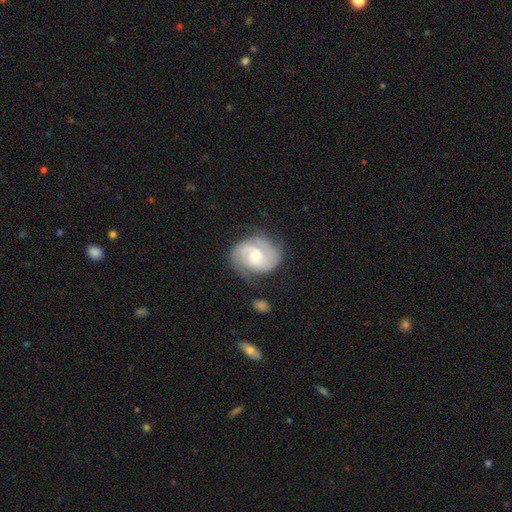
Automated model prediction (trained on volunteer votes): Overall: featured or disk (77%). Edge-on disk: no (98%). Bar: no (51%; weak 42%). Spiral arms: yes (94%). Spiral arm count: 2 (75%). Spiral winding: medium (46%; tight 39%). Bulge size: moderate (48%; small 42%). Merging: none (65%).